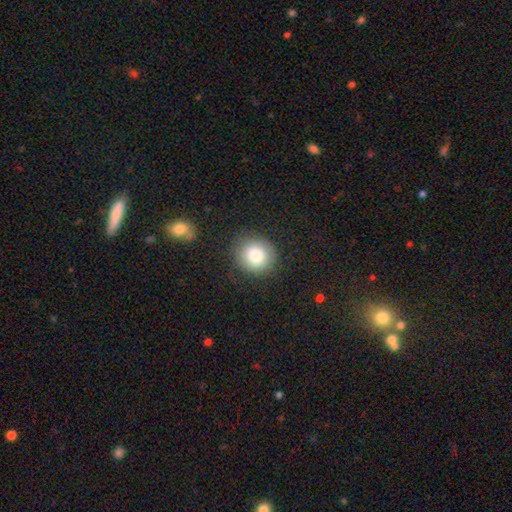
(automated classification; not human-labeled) smooth 81%, star or artifact 10%, featured or disk 9%. Down the decision tree: how rounded — round (86%); merging — none (86%).